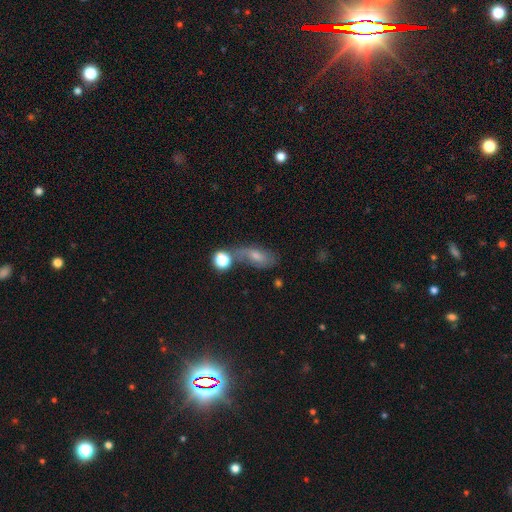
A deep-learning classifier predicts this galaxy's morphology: A smooth galaxy with no disk features (42%). Merging: none (48%).